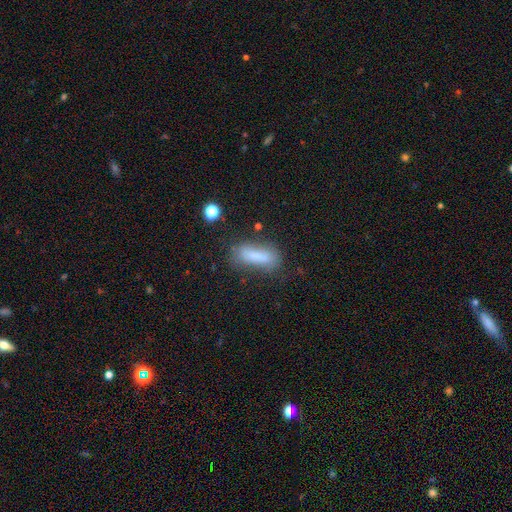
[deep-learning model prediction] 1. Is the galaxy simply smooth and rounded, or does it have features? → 76% smooth, 13% featured or disk, 10% star or artifact.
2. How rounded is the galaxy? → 50% in between, 47% cigar-shaped, 3% round.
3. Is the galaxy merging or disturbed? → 67% none, 20% minor disturbance, 8% major disturbance, 5% merger.